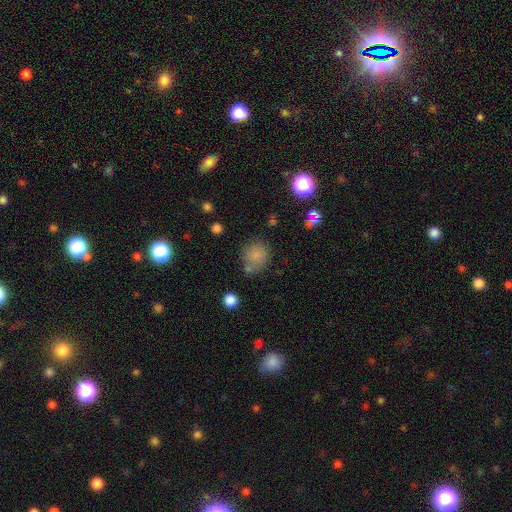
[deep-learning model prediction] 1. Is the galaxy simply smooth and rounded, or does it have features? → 80% smooth, 12% star or artifact, 8% featured or disk.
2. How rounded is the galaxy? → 80% round, 19% in between, 1% cigar-shaped.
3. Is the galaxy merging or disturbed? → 65% none, 16% minor disturbance, 14% merger, 5% major disturbance.